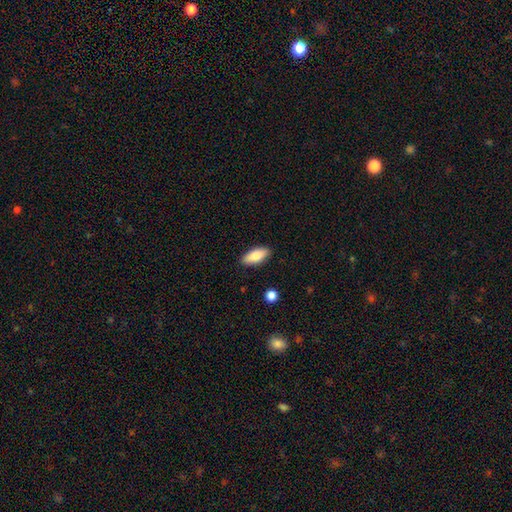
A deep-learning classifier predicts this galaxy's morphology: type=smooth (86%); roundness=in between (83%); merging=none (88%).